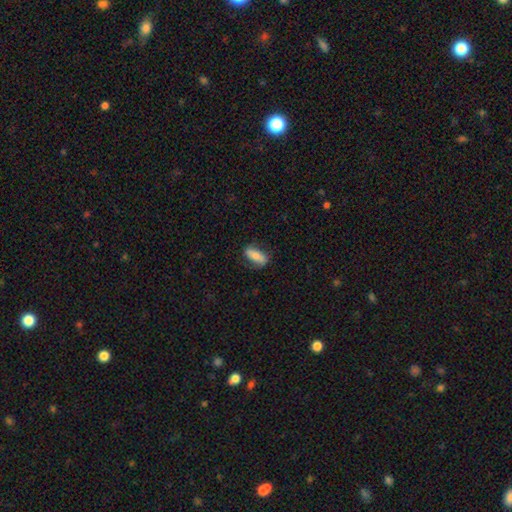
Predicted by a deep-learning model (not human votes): smooth_or_featured: smooth (p=0.64) [alt: featured or disk p=0.29]
how_rounded: in between (p=0.75) [alt: cigar-shaped p=0.21]
merging: none (p=0.74) [alt: minor disturbance p=0.19]